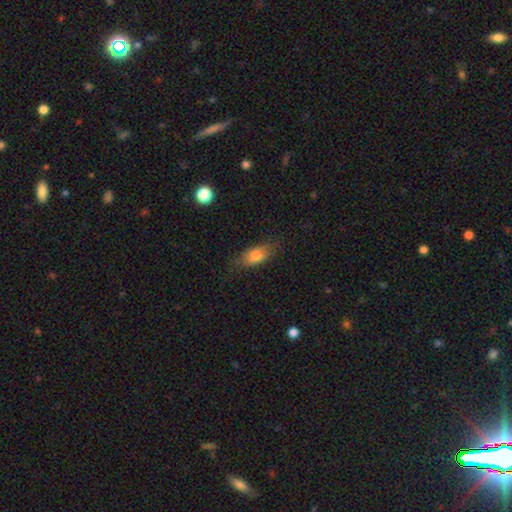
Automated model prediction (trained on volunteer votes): A smooth galaxy with no disk features (78%) that is in between round and cigar-shaped (83%).

Vote fractions:
- Smooth or featured? smooth: 78% / featured or disk: 14% / star or artifact: 8%
- How rounded? in between: 83% / cigar-shaped: 11% / round: 6%
- Merging? none: 74% / minor disturbance: 19% / major disturbance: 6% / merger: 1%